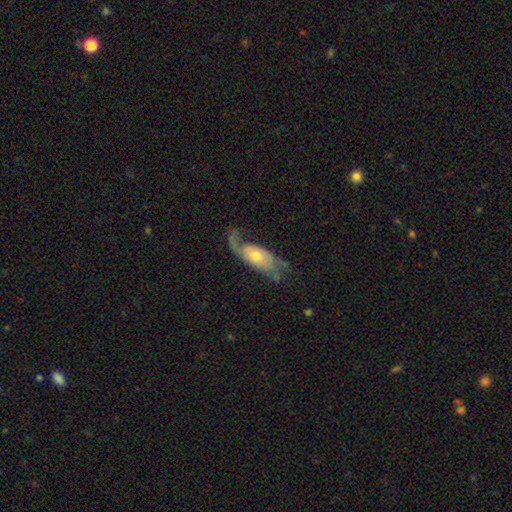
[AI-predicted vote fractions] The model was most divided on "spiral winding": loose: 42%, medium: 37%, tight: 22%. More confident: spiral arms — yes (89%); edge-on disk — no (88%); smooth or featured — featured or disk (75%); bar — no (72%); bulge size — moderate (61%); spiral arm count — 2 (60%); merging — none (52%).